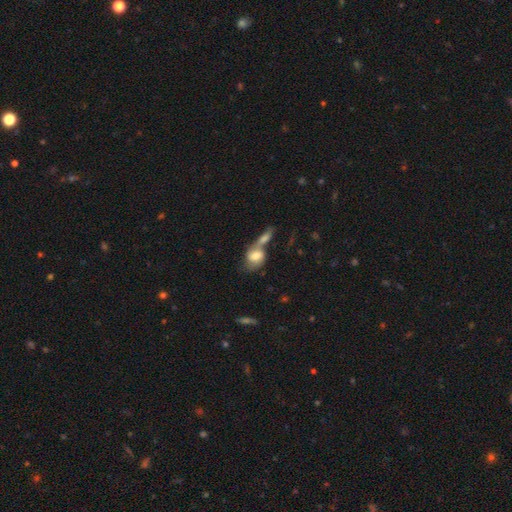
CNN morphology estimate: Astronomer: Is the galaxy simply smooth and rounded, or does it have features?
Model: smooth — 61%.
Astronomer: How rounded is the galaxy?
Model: in between — 64%.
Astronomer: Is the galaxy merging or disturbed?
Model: merger — 67%.